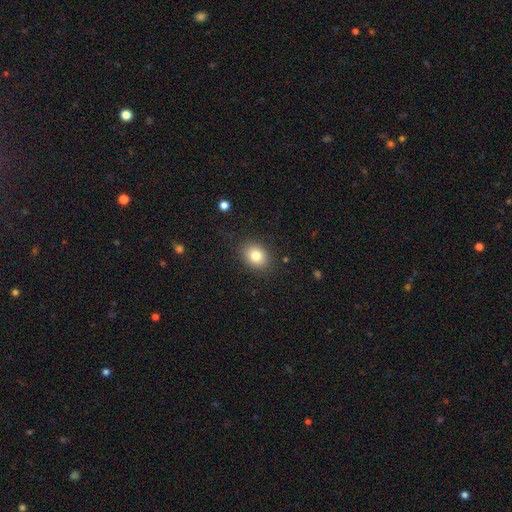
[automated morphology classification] type=smooth (82%); roundness=in between (51%); merging=none (87%).